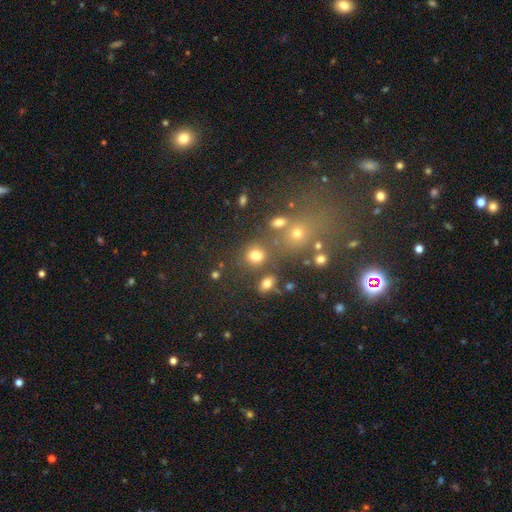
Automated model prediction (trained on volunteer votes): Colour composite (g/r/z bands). It shows a smooth galaxy with no disk features (76%) that is round (73%). Merging: none (67%).